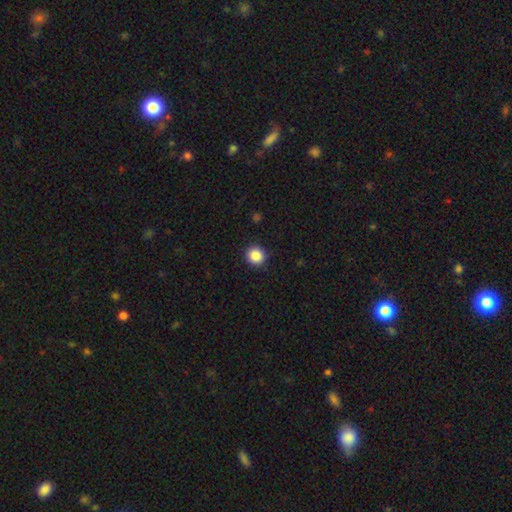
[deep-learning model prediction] A smooth galaxy with no disk features (87%) that is round (91%). Merging: none (91%).